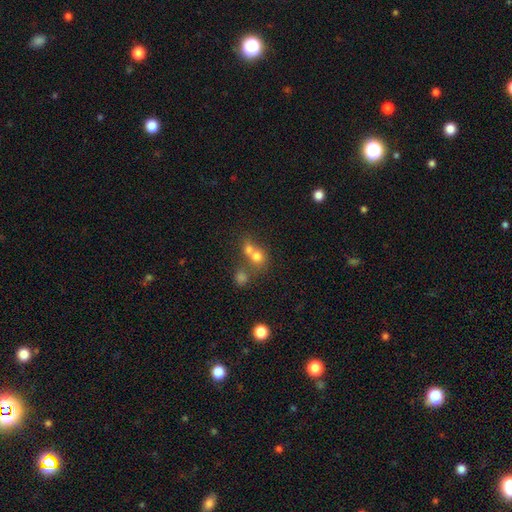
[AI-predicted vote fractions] Smooth or featured: smooth — 68% (star or artifact — 17%)
How rounded: round — 78% (in between — 21%)
Merging: merger — 57% (none — 33%)